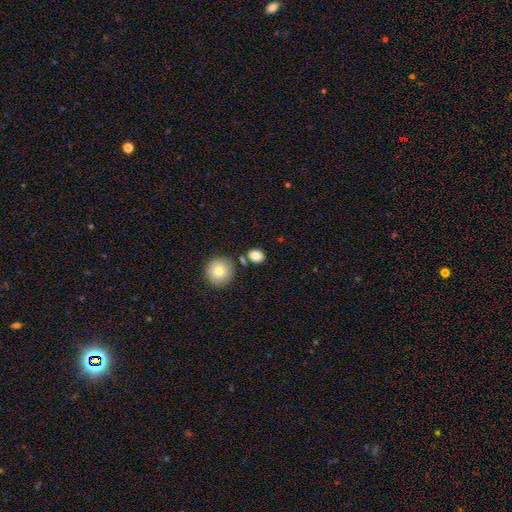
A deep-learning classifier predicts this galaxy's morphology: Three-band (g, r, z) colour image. It shows a smooth galaxy with no disk features (83%) that is round (54%). Merging: none (75%).